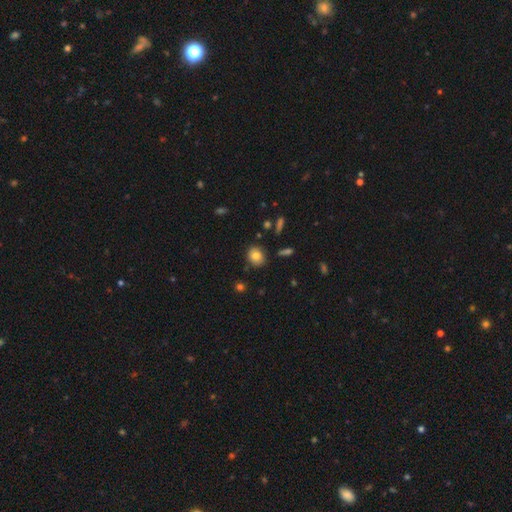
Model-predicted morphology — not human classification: A smooth galaxy with no disk features (81%) that is round (68%).

Vote fractions:
- Smooth or featured? smooth: 81% / star or artifact: 10% / featured or disk: 9%
- How rounded? round: 68% / in between: 31% / cigar-shaped: 1%
- Merging? none: 83% / minor disturbance: 12% / major disturbance: 3% / merger: 3%